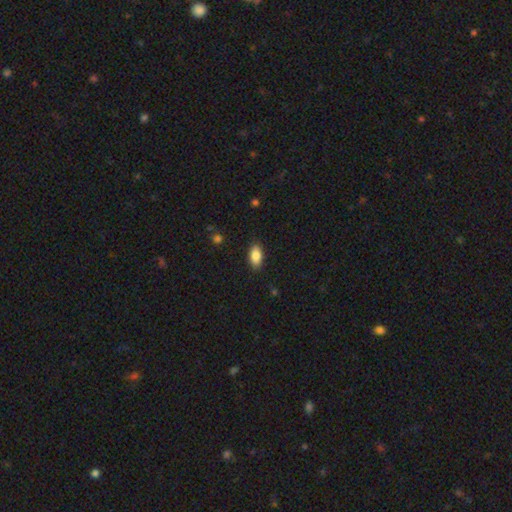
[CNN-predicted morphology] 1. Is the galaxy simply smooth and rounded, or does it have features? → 85% smooth, 7% featured or disk, 7% star or artifact.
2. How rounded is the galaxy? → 90% in between, 7% cigar-shaped, 3% round.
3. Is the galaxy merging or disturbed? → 87% none, 9% minor disturbance, 2% major disturbance, 1% merger.